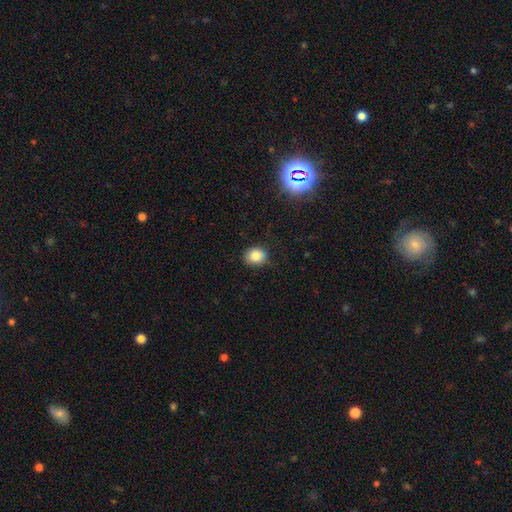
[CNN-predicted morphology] Smooth or featured?
  - smooth: 83% *
  - star or artifact: 11%
  - featured or disk: 6%
How rounded?
  - round: 64% *
  - in between: 36%
  - cigar-shaped: 1%
Merging?
  - none: 85% *
  - minor disturbance: 11%
  - major disturbance: 2%
  - merger: 1%